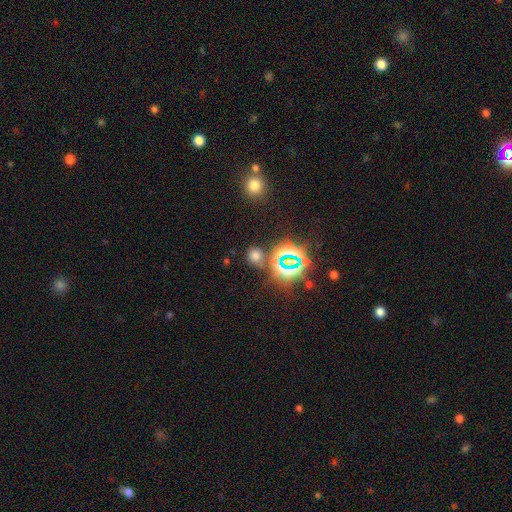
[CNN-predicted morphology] Q: Smooth or featured?
A: smooth (58%); runner-up: star or artifact (36%)
Q: How rounded?
A: round (82%); runner-up: in between (16%)
Q: Merging?
A: none (78%); runner-up: minor disturbance (10%)